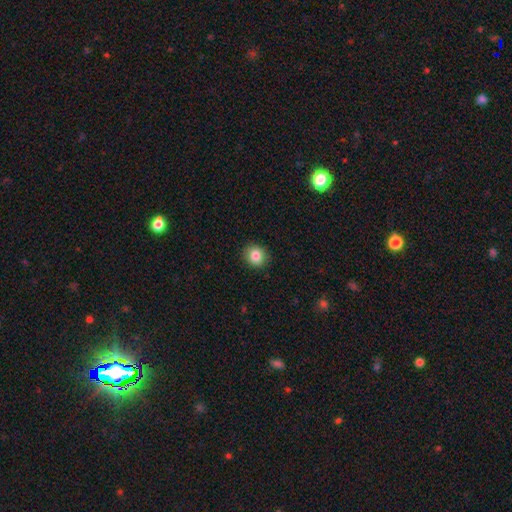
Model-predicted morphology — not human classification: smooth 84%, star or artifact 10%, featured or disk 6%. Down the decision tree: how rounded — round (81%); merging — none (91%).